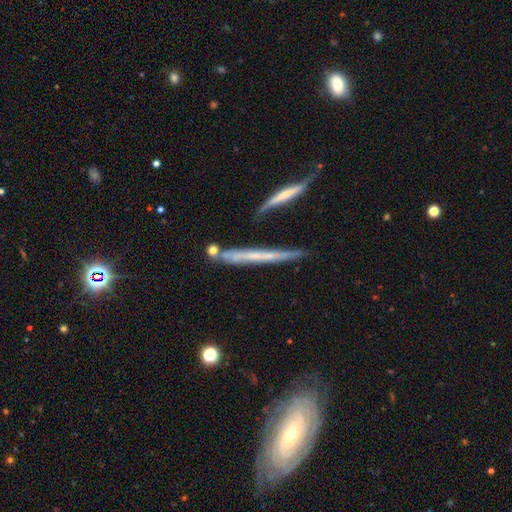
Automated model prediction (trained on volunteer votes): Smooth or featured? Predicted: featured or disk (p=0.56). Edge-on disk? Predicted: yes (p=0.89). Merging? Predicted: none (p=0.64).